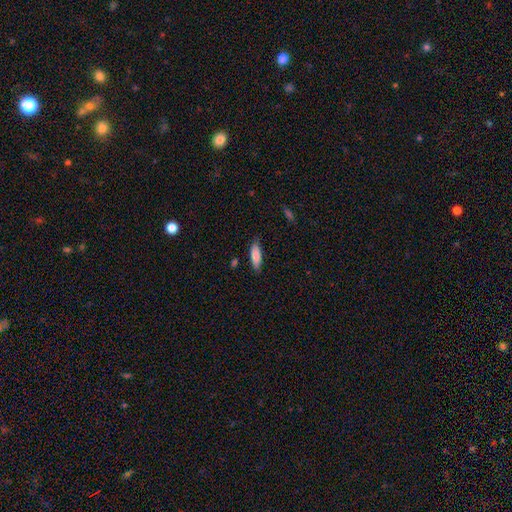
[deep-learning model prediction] Smooth or featured? Predicted: smooth (p=0.84). How rounded? Predicted: in between (p=0.53). Merging? Predicted: none (p=0.82).